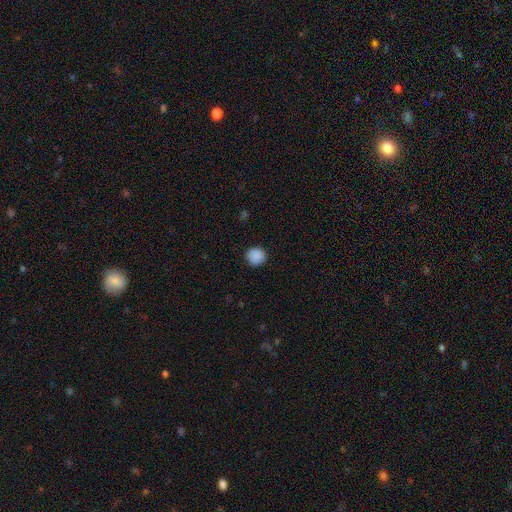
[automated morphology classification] smooth-or-featured: smooth: 89% | star or artifact: 8% | featured or disk: 2%
  how-rounded: round: 93% | in between: 6% | cigar-shaped: 1%
  merging: none: 91% | minor disturbance: 6% | major disturbance: 2% | merger: 1%